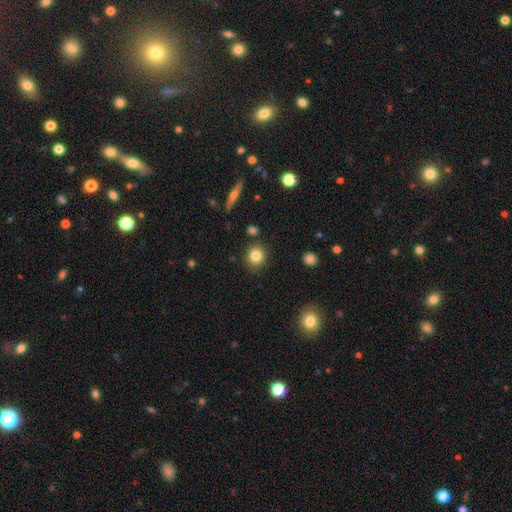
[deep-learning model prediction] smooth-or-featured: smooth: 83% | star or artifact: 10% | featured or disk: 7%
  how-rounded: round: 86% | in between: 13% | cigar-shaped: 1%
  merging: none: 86% | minor disturbance: 8% | merger: 3% | major disturbance: 2%